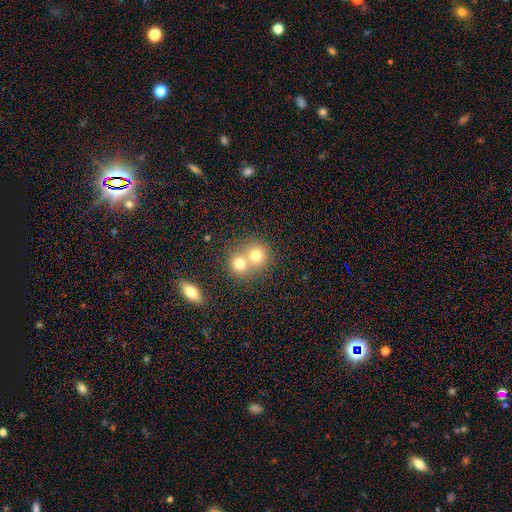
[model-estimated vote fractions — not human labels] Smooth or featured? smooth (73%)
How rounded? round (83%)
Merging? merger (59%)